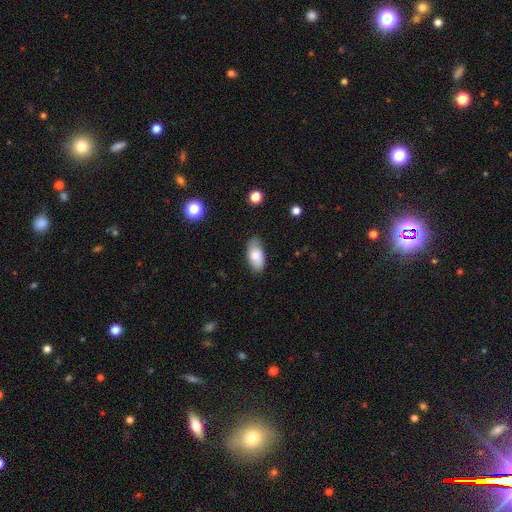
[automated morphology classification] type=smooth (79%); roundness=in between (92%); merging=none (80%).